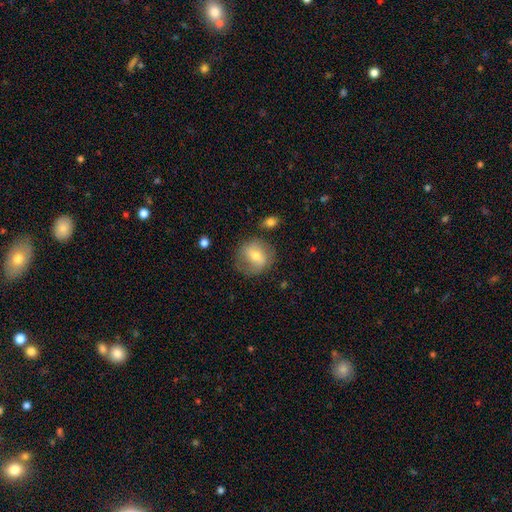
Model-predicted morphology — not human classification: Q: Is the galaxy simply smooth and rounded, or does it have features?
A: smooth — 55%.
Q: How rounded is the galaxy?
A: round — 77%.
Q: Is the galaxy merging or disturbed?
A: none — 71%.